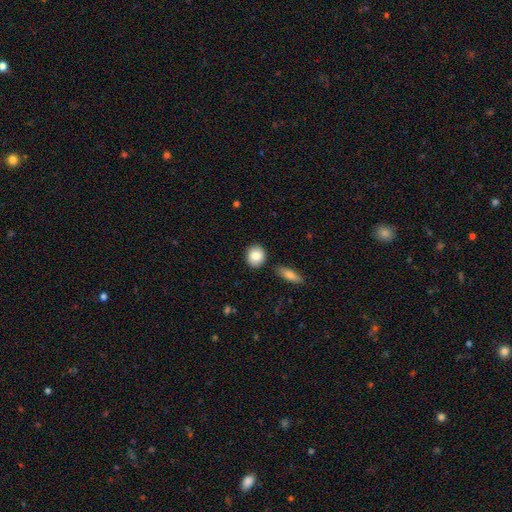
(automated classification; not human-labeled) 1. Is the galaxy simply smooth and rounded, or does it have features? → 84% smooth, 9% featured or disk, 7% star or artifact.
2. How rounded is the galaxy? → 72% round, 27% in between, 2% cigar-shaped.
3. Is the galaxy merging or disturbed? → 85% none, 8% minor disturbance, 5% merger, 2% major disturbance.